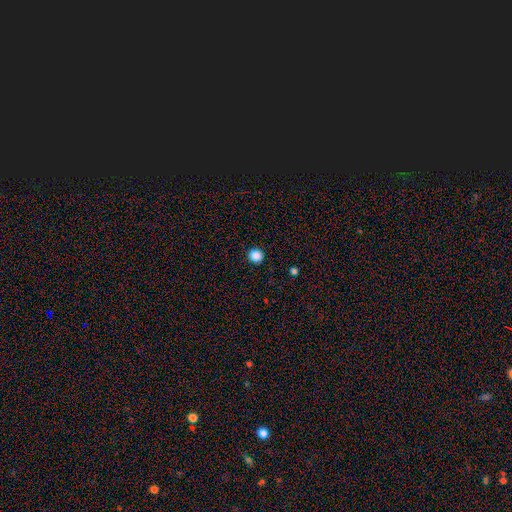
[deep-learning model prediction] Smooth or featured? Predicted: smooth (p=0.87). How rounded? Predicted: round (p=0.92). Merging? Predicted: none (p=0.92).